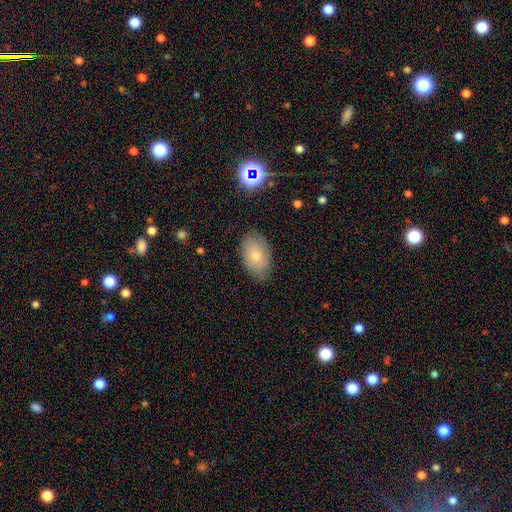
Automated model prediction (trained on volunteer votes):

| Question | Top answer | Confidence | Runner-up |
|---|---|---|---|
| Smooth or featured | smooth | 74% | featured or disk (17%) |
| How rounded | in between | 92% | round (7%) |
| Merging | none | 81% | minor disturbance (15%) |